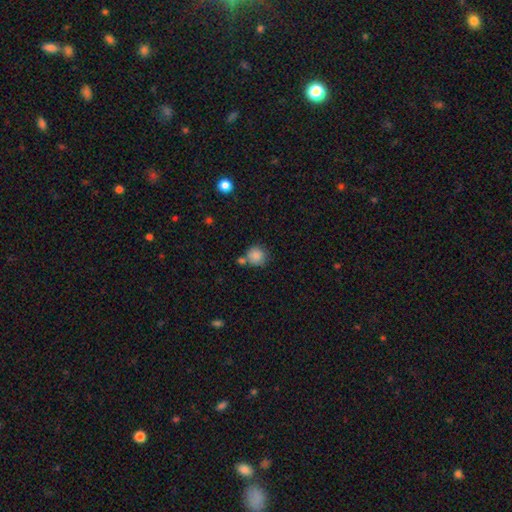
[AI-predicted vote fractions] smooth_or_featured: smooth (p=0.86) [alt: star or artifact p=0.09]
how_rounded: round (p=0.91) [alt: in between p=0.08]
merging: none (p=0.63) [alt: merger p=0.20]